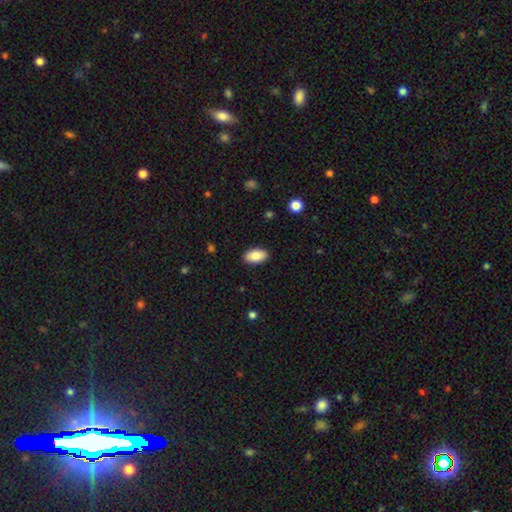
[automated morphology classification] A smooth galaxy with no disk features (86%) that is in between round and cigar-shaped (94%). Merging: none (89%).